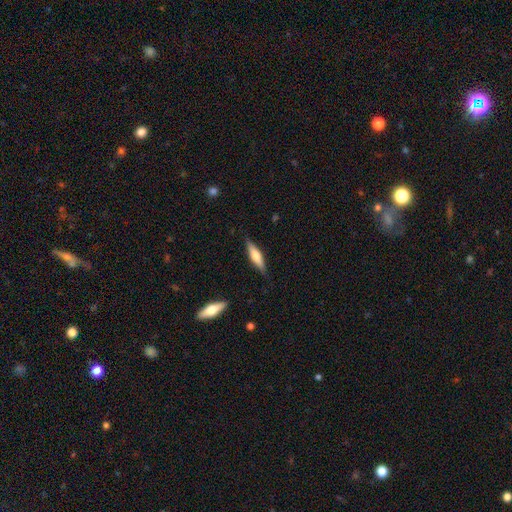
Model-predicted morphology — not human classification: Smooth or featured? smooth (52%)
How rounded? cigar-shaped (71%)
Merging? none (85%)